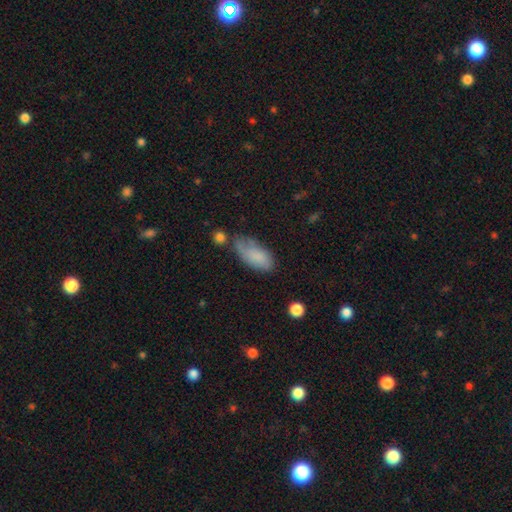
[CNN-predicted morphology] This is likely a smooth galaxy (77%). How rounded: clearly in between (89%). Merging: possibly none (48%).